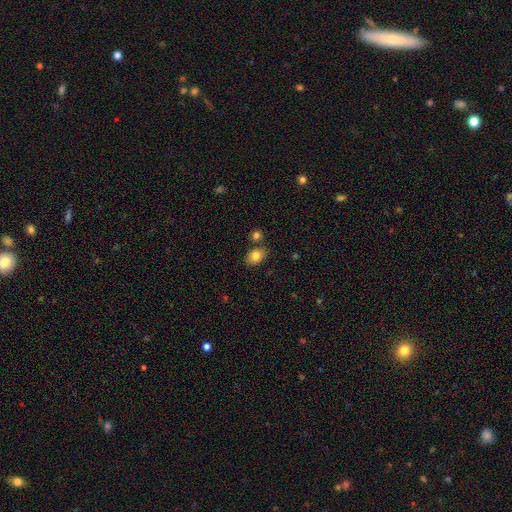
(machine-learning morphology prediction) This appears to be a smooth galaxy with no disk features (82%) that is in between round and cigar-shaped (76%). Merging: none (76%).